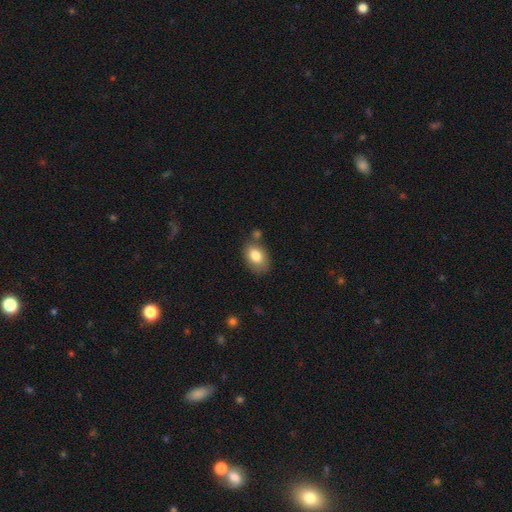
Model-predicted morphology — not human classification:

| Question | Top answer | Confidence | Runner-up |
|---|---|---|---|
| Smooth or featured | smooth | 81% | featured or disk (11%) |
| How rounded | in between | 83% | round (16%) |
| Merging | none | 67% | minor disturbance (19%) |